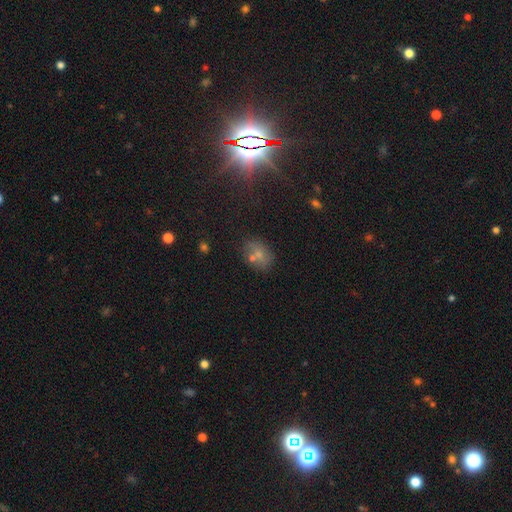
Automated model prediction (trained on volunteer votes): Smooth or featured: smooth — 46% (star or artifact — 35%)
Merging: none — 65% (merger — 16%)